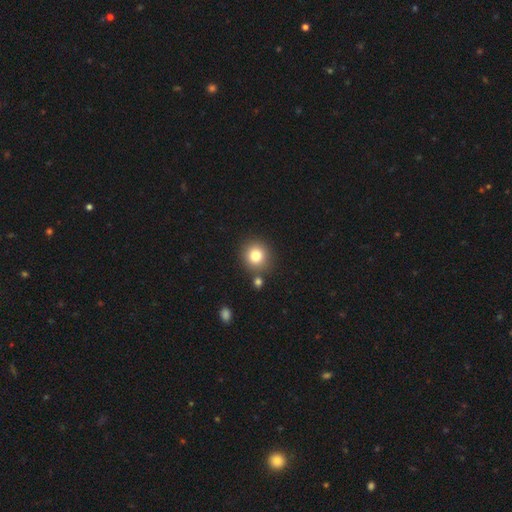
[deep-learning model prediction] Smooth or featured: smooth — 81% (star or artifact — 12%)
How rounded: round — 88% (in between — 11%)
Merging: none — 80% (merger — 9%)